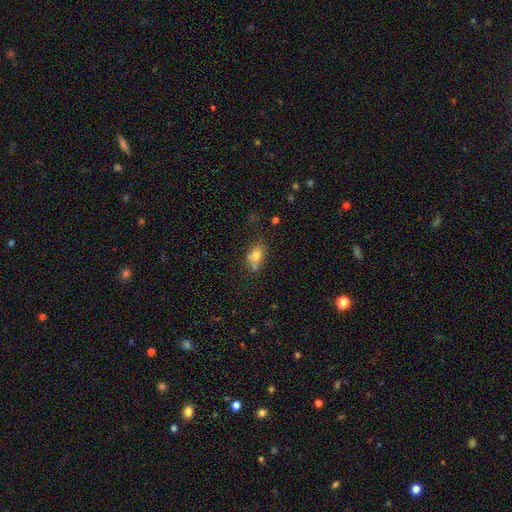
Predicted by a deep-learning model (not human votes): Morphology: type=smooth (72%); roundness=in between (70%); merging=none (51%).